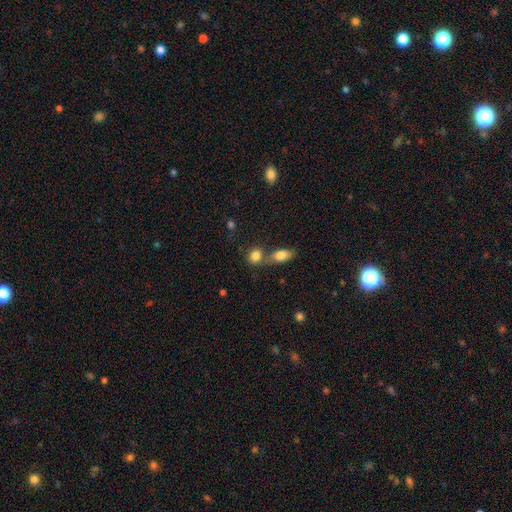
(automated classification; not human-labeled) Smooth or featured? Predicted: smooth (p=0.83). How rounded? Predicted: round (p=0.58). Merging? Predicted: none (p=0.45).